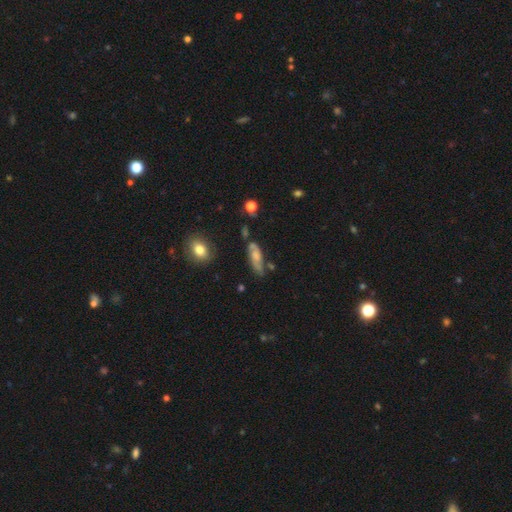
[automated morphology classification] smooth_or_featured: smooth (p=0.46) [alt: featured or disk p=0.45]
merging: none (p=0.59) [alt: minor disturbance p=0.24]